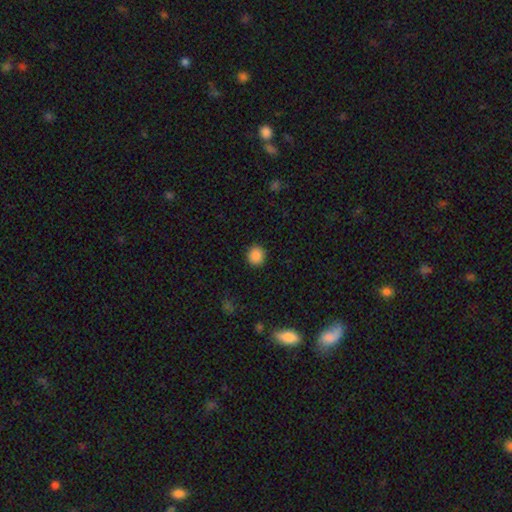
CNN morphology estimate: This appears to be a smooth galaxy with no disk features (87%) that is round (90%). Merging: none (91%).